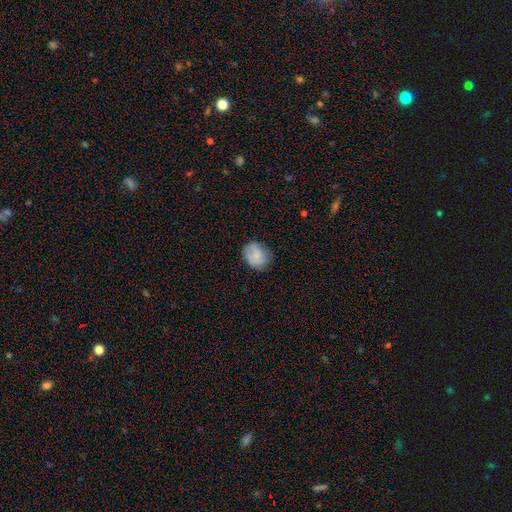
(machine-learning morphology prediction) Overall: smooth (75%). How rounded: round (63%; in between 36%). Merging: none (70%).